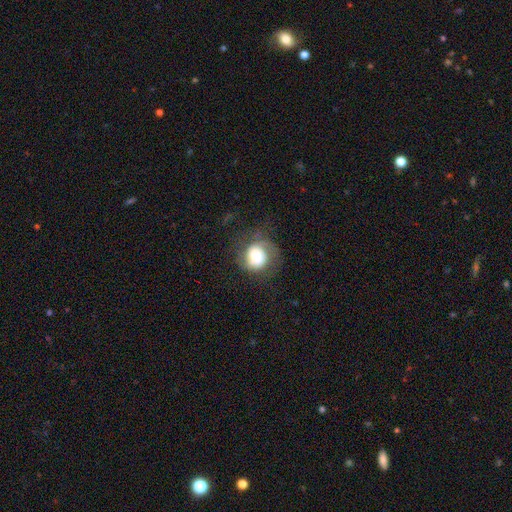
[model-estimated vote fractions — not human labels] The model was most divided on "smooth or featured": featured or disk: 49%, smooth: 42%, star or artifact: 9%. More confident: merging — none (60%).